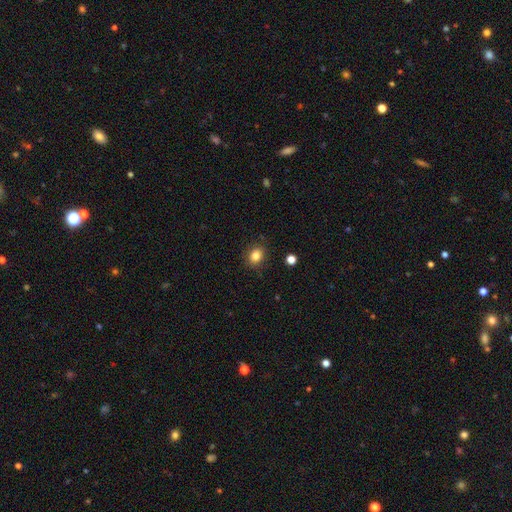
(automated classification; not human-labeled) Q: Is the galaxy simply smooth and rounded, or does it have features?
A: smooth — 83%.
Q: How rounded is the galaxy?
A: in between — 51%.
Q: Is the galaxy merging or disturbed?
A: none — 86%.